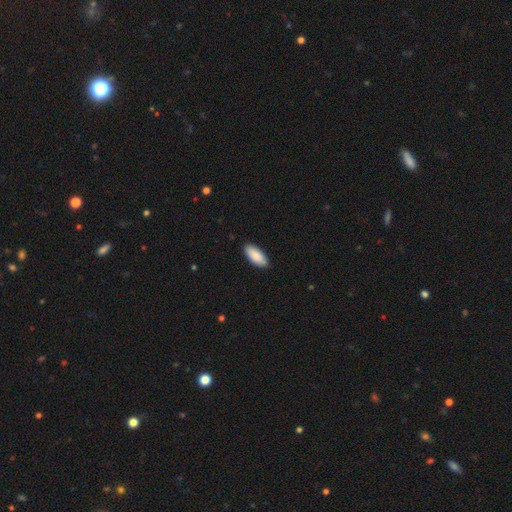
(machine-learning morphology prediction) Smooth or featured?
  - smooth: 91% *
  - star or artifact: 5%
  - featured or disk: 4%
How rounded?
  - in between: 89% *
  - cigar-shaped: 10%
  - round: 2%
Merging?
  - none: 90% *
  - minor disturbance: 8%
  - major disturbance: 2%
  - merger: 1%